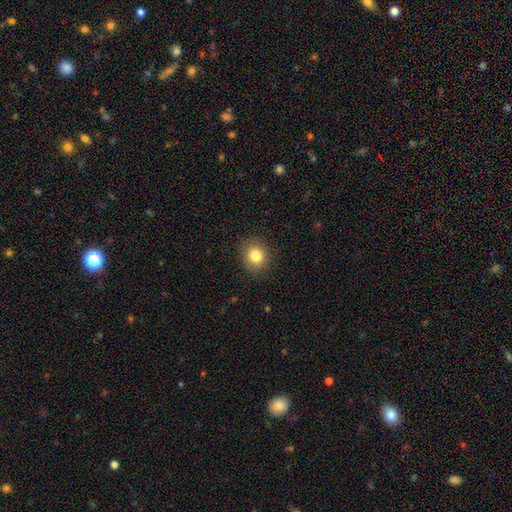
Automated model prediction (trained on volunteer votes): Smooth or featured? smooth (82%)
How rounded? round (79%)
Merging? none (88%)